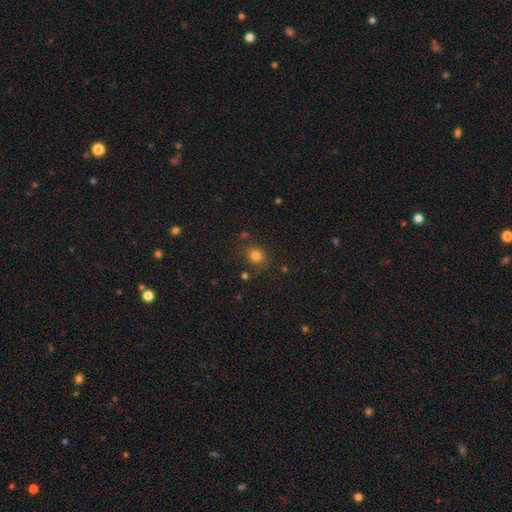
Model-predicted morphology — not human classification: Smooth or featured?
  - smooth: 80% *
  - star or artifact: 14%
  - featured or disk: 6%
How rounded?
  - round: 76% *
  - in between: 23%
  - cigar-shaped: 1%
Merging?
  - none: 79% *
  - minor disturbance: 12%
  - merger: 4%
  - major disturbance: 4%